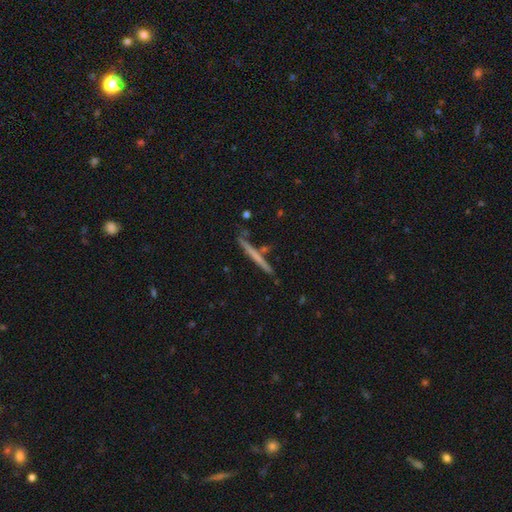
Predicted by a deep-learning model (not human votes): The model was most divided on "smooth or featured": featured or disk: 50%, smooth: 44%, star or artifact: 6%. More confident: merging — none (84%).